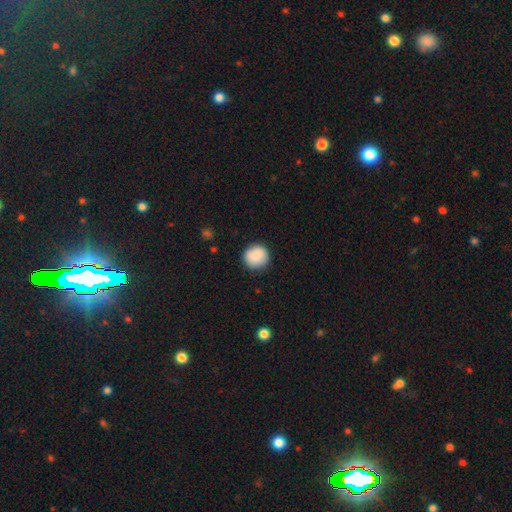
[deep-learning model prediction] Q: Smooth or featured?
A: smooth (87%); runner-up: featured or disk (7%)
Q: How rounded?
A: round (92%); runner-up: in between (7%)
Q: Merging?
A: none (87%); runner-up: minor disturbance (9%)